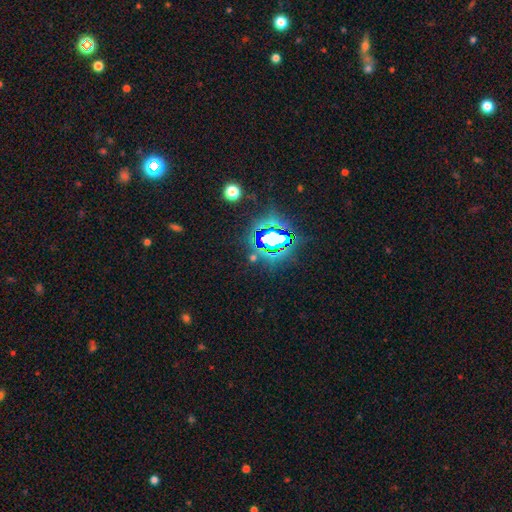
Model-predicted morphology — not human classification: Smooth or featured?
  - star or artifact: 79% *
  - smooth: 13%
  - featured or disk: 8%